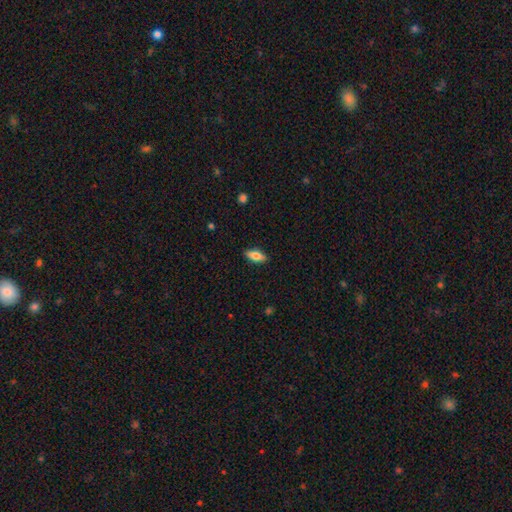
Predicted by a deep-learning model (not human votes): smooth-or-featured: smooth: 76% | featured or disk: 17% | star or artifact: 6%
  how-rounded: in between: 81% | cigar-shaped: 17% | round: 3%
  merging: none: 89% | minor disturbance: 9% | major disturbance: 2% | merger: 1%